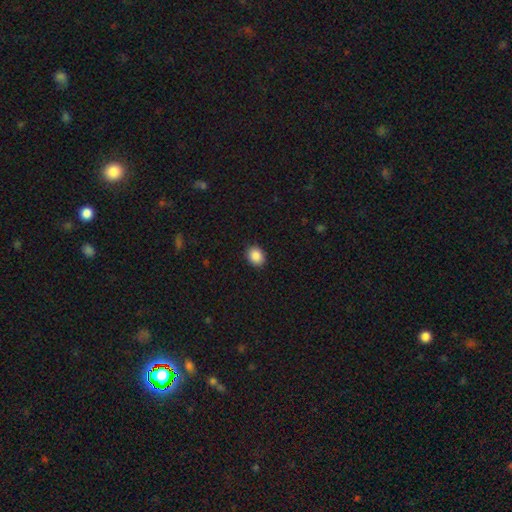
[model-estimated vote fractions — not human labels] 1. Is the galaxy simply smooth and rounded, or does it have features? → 89% smooth, 8% star or artifact, 3% featured or disk.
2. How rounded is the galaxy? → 56% in between, 43% round, 1% cigar-shaped.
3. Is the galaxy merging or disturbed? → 89% none, 8% minor disturbance, 2% major disturbance, 1% merger.